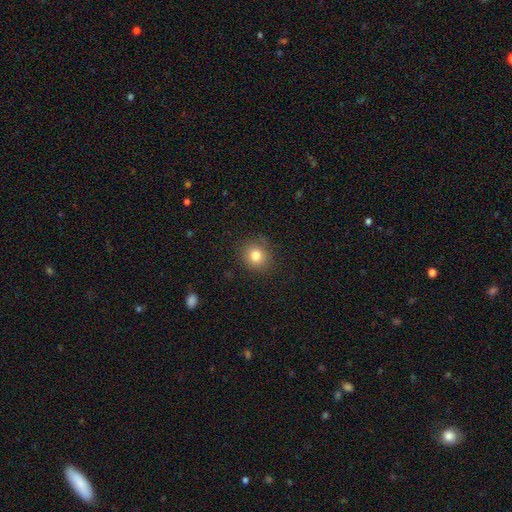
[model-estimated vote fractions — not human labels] This appears to be a smooth galaxy with no disk features (80%) that is round (82%). Merging: none (85%).